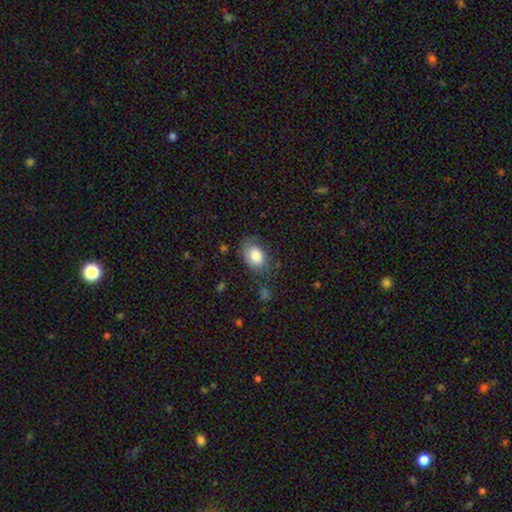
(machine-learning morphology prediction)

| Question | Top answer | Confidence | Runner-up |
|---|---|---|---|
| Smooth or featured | smooth | 82% | featured or disk (11%) |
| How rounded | in between | 77% | round (22%) |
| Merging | none | 67% | minor disturbance (23%) |